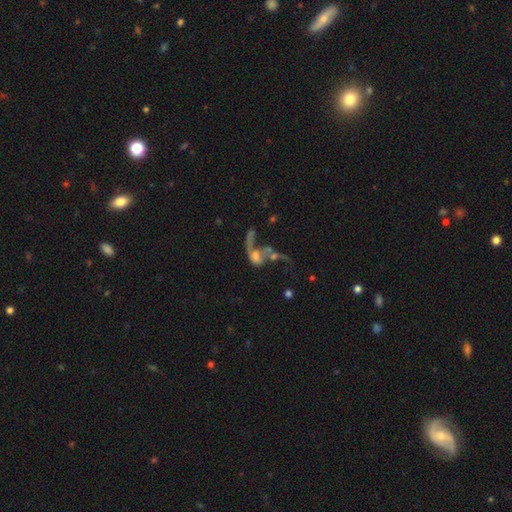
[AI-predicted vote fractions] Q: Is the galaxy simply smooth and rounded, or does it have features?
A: featured or disk — 54%.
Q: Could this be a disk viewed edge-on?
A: no — 94%.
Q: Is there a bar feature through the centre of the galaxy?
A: no — 76%.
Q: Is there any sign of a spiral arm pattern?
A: no — 56%.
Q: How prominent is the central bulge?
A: none — 32%.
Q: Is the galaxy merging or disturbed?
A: merger — 47%.